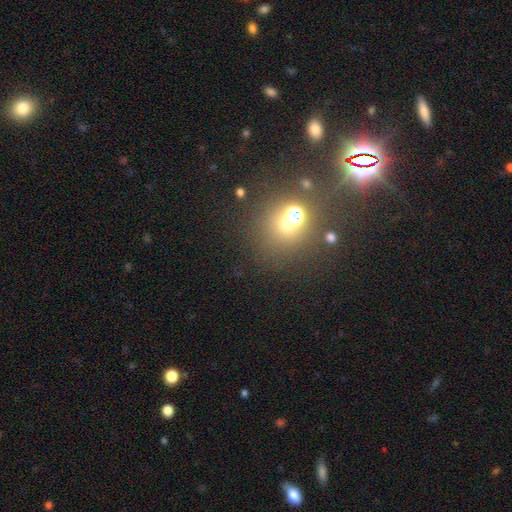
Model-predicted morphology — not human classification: type=star or artifact (52%).